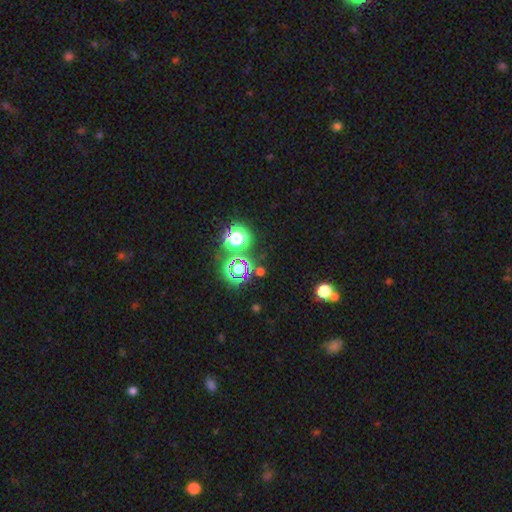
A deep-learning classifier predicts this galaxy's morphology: Overall: star or artifact (73%).